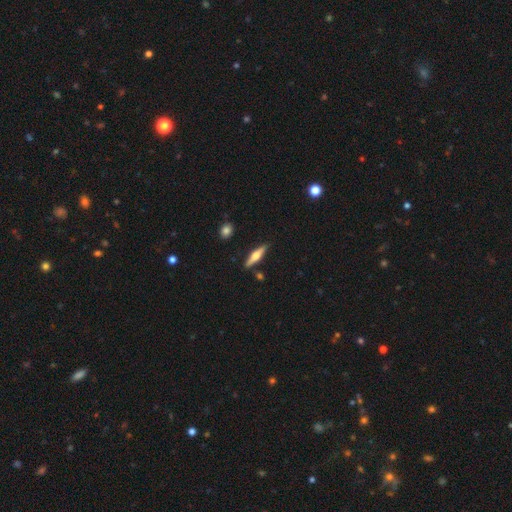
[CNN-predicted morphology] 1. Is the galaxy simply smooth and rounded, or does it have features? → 54% featured or disk, 40% smooth, 6% star or artifact.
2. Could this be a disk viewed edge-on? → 95% yes, 5% no.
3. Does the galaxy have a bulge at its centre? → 91% rounded, 6% boxy, 3% none.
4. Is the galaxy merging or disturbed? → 85% none, 9% minor disturbance, 3% merger, 2% major disturbance.